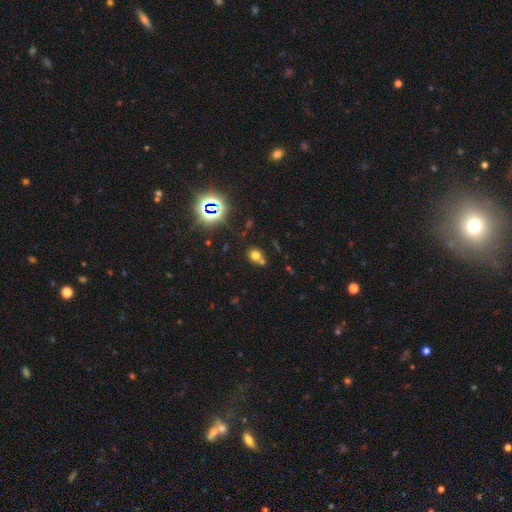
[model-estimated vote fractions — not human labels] A smooth galaxy with no disk features (67%) that is round (72%). Merging: none (55%).